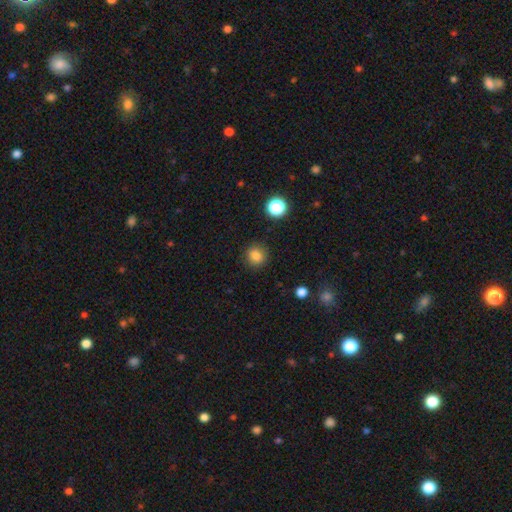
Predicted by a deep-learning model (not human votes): Smooth or featured: smooth — 83% (star or artifact — 12%)
How rounded: round — 89% (in between — 10%)
Merging: none — 89% (minor disturbance — 7%)